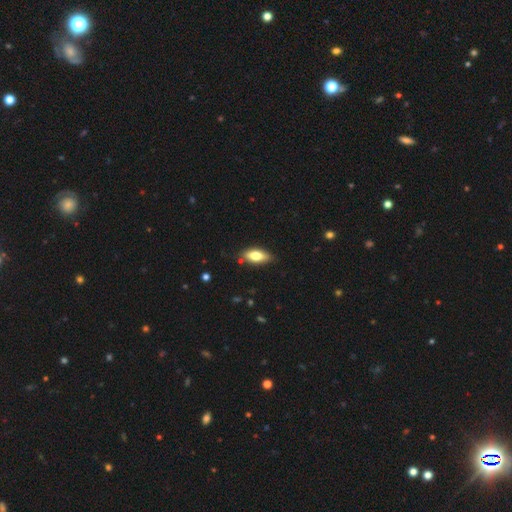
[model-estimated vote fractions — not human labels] This is likely a smooth galaxy (76%). How rounded: clearly in between (82%). Merging: clearly none (82%).